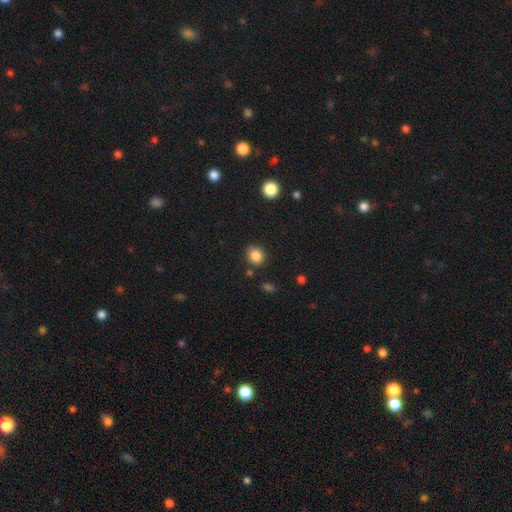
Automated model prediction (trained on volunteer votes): Smooth or featured? Predicted: smooth (p=0.85). How rounded? Predicted: round (p=0.72). Merging? Predicted: none (p=0.82).